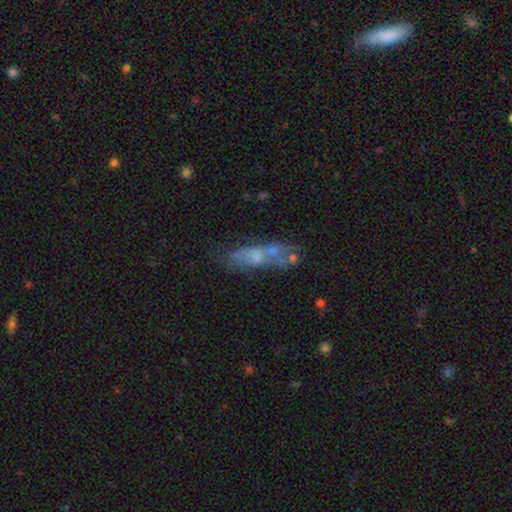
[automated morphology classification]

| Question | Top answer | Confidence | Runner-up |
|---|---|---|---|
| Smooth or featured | featured or disk | 45% | smooth (42%) |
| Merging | none | 38% | merger (26%) |